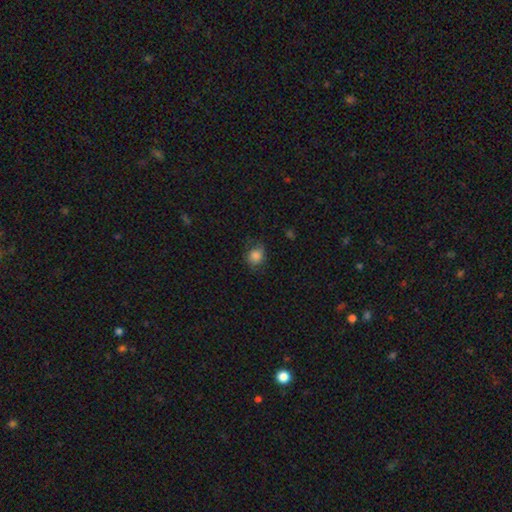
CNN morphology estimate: type=smooth (80%); roundness=round (61%); merging=none (65%).